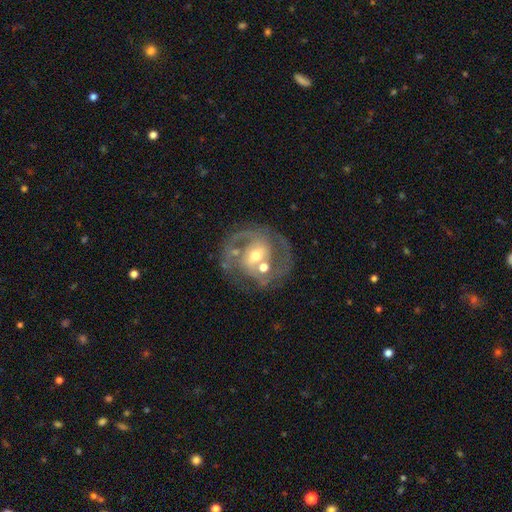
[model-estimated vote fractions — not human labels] A featured or disk galaxy (83%) with a weak bar (43%), 2 (79%) medium (50%) spiral arms (87%) and a moderate central bulge (65%).

Vote fractions:
- Smooth or featured? featured or disk: 83% / smooth: 11% / star or artifact: 7%
- Edge-on disk? no: 97% / yes: 3%
- Bar? weak: 43% / no: 36% / strong: 21%
- Spiral arms? yes: 87% / no: 13%
- Spiral winding? medium: 50% / tight: 34% / loose: 15%
- Spiral arm count? 2: 79% / can't tell: 9% / 3: 5% / 1: 4% / 4: 2% / more than 4: 2%
- Bulge size? moderate: 65% / small: 28% / large: 5% / none: 1% / dominant: 1%
- Merging? none: 62% / minor disturbance: 16% / merger: 13% / major disturbance: 10%